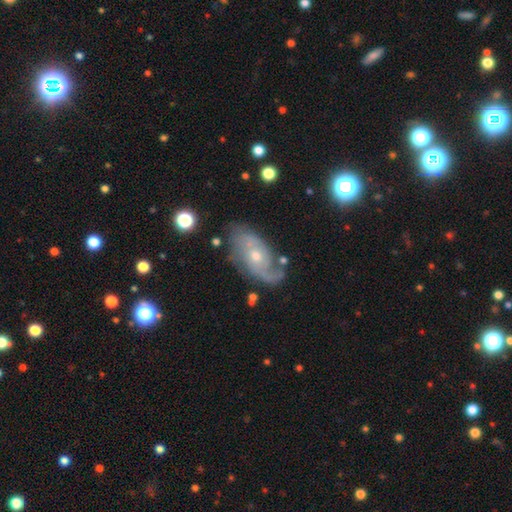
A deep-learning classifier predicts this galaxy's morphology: Smooth or featured? Predicted: featured or disk (p=0.78). Edge-on disk? Predicted: no (p=0.93). Bar? Predicted: no (p=0.71). Spiral arms? Predicted: yes (p=0.89). Spiral winding? Predicted: medium (p=0.40). Spiral arm count? Predicted: 2 (p=0.49). Bulge size? Predicted: moderate (p=0.52). Merging? Predicted: none (p=0.63).